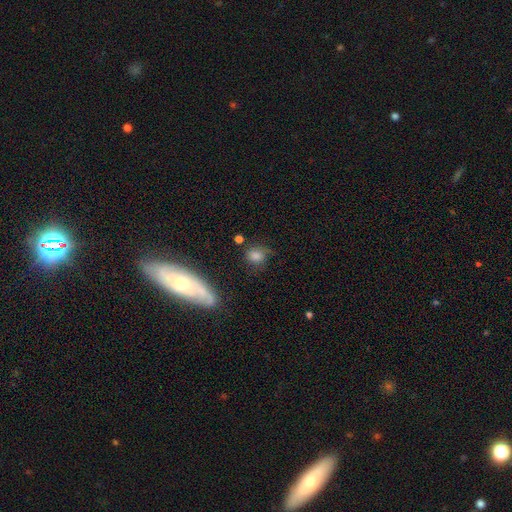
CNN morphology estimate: This is likely a smooth galaxy (73%). How rounded: likely round (62%). Merging: likely none (63%).